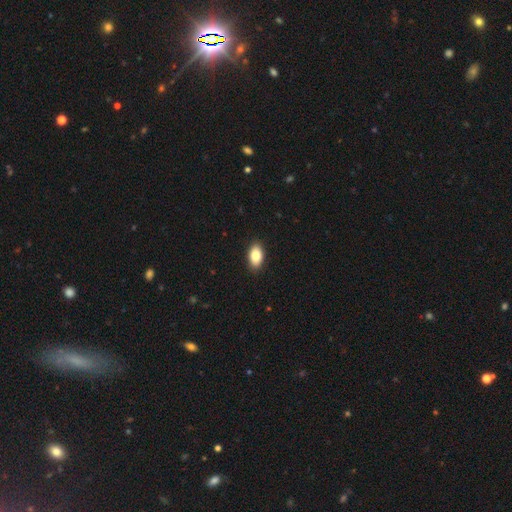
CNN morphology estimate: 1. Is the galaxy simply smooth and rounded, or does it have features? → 84% smooth, 9% featured or disk, 7% star or artifact.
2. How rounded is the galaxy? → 92% in between, 5% round, 2% cigar-shaped.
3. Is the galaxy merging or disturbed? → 90% none, 8% minor disturbance, 2% major disturbance, 1% merger.